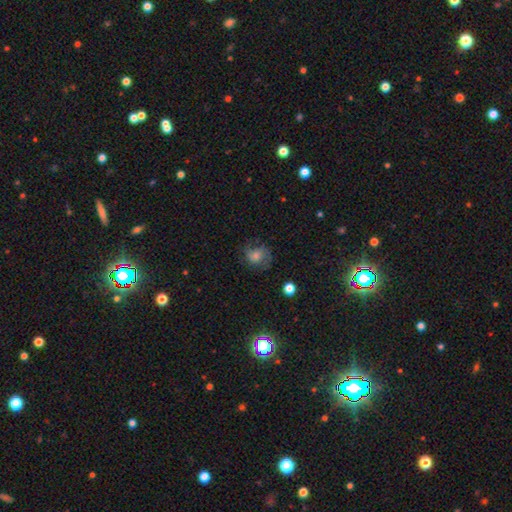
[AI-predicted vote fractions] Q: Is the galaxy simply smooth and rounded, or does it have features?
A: featured or disk — 44%.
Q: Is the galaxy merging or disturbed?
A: none — 67%.